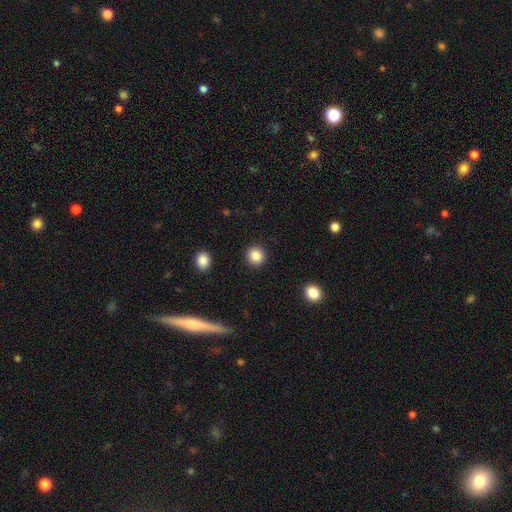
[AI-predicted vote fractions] Smooth or featured? Predicted: smooth (p=0.87). How rounded? Predicted: round (p=0.92). Merging? Predicted: none (p=0.92).